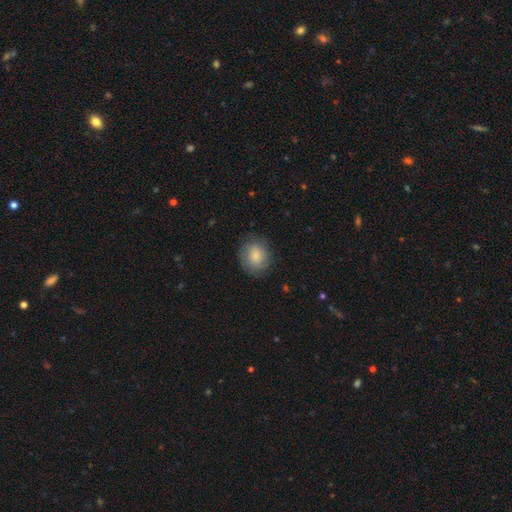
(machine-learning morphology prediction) smooth_or_featured: smooth (p=0.76) [alt: featured or disk p=0.16]
how_rounded: round (p=0.74) [alt: in between p=0.25]
merging: none (p=0.80) [alt: minor disturbance p=0.15]